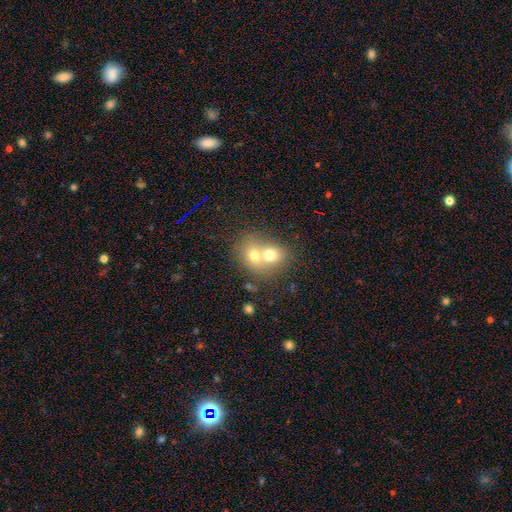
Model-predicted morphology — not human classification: Smooth or featured? Predicted: smooth (p=0.65). How rounded? Predicted: round (p=0.61). Merging? Predicted: merger (p=0.71).